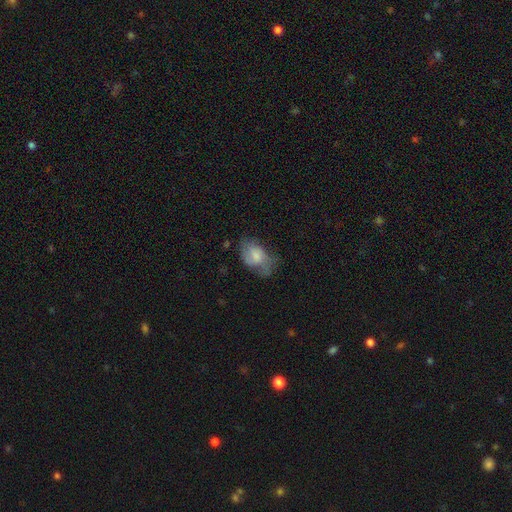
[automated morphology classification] Q: Smooth or featured?
A: smooth (56%); runner-up: featured or disk (36%)
Q: How rounded?
A: in between (85%); runner-up: round (13%)
Q: Merging?
A: none (41%); runner-up: minor disturbance (33%)